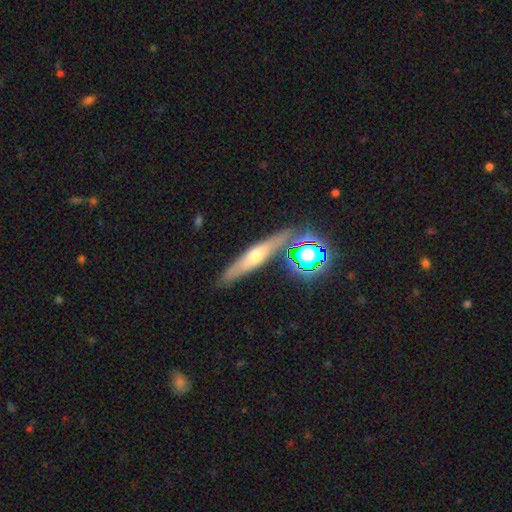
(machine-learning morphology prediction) This appears to be a featured or disk galaxy (52%) viewed edge-on (87%). Merging: none (84%).